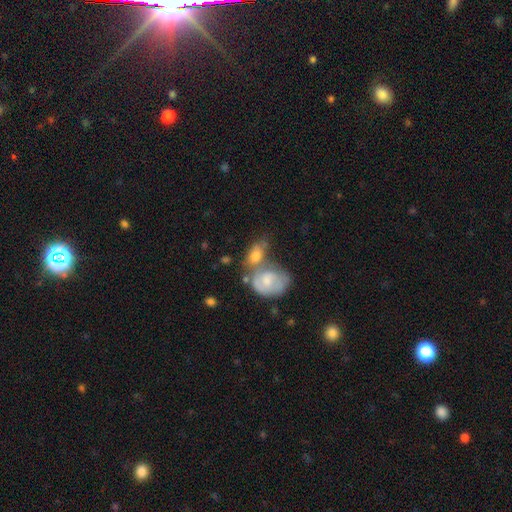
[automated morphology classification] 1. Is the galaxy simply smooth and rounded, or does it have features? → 59% smooth, 33% featured or disk, 8% star or artifact.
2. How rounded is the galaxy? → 75% in between, 22% round, 3% cigar-shaped.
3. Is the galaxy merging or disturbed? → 48% merger, 29% none, 14% minor disturbance, 9% major disturbance.